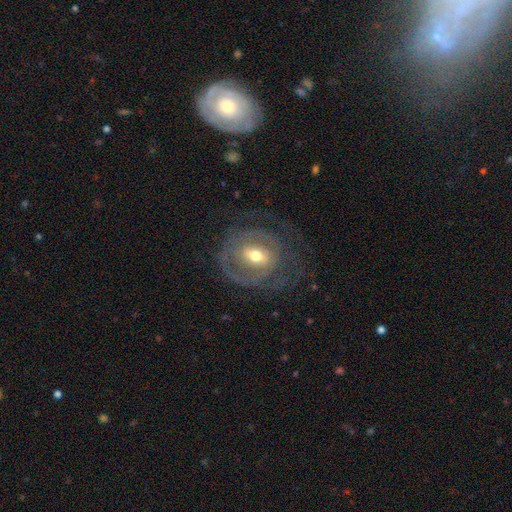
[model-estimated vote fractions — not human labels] A featured or disk galaxy (71%) with a weak bar (45%), spiral arms (61%) and a moderate central bulge (68%).

Vote fractions:
- Smooth or featured? featured or disk: 71% / smooth: 22% / star or artifact: 7%
- Edge-on disk? no: 95% / yes: 5%
- Bar? weak: 45% / no: 30% / strong: 26%
- Spiral arms? yes: 61% / no: 39%
- Bulge size? moderate: 68% / small: 21% / large: 9% / dominant: 1% / none: 1%
- Merging? none: 58% / major disturbance: 23% / minor disturbance: 17% / merger: 2%